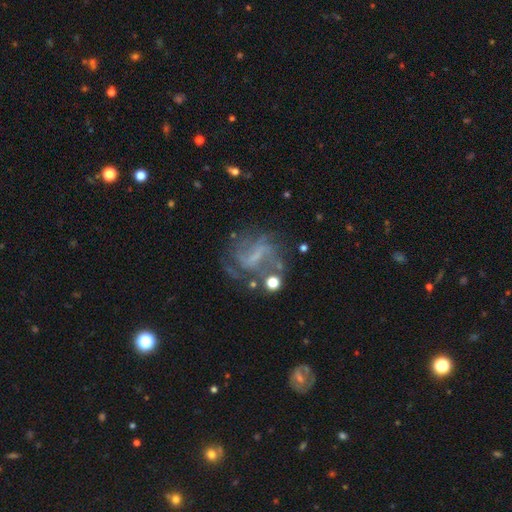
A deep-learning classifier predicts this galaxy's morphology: smooth_or_featured: featured or disk (p=0.72) [alt: smooth p=0.15]
disk_edge_on: no (p=0.96) [alt: yes p=0.04]
bar: weak (p=0.42) [alt: strong p=0.33]
has_spiral_arms: yes (p=0.78) [alt: no p=0.22]
spiral_winding: medium (p=0.39) [alt: loose p=0.37]
spiral_arm_count: 2 (p=0.39) [alt: can't tell p=0.32]
bulge_size: none (p=0.49) [alt: small p=0.34]
merging: none (p=0.54) [alt: major disturbance p=0.22]